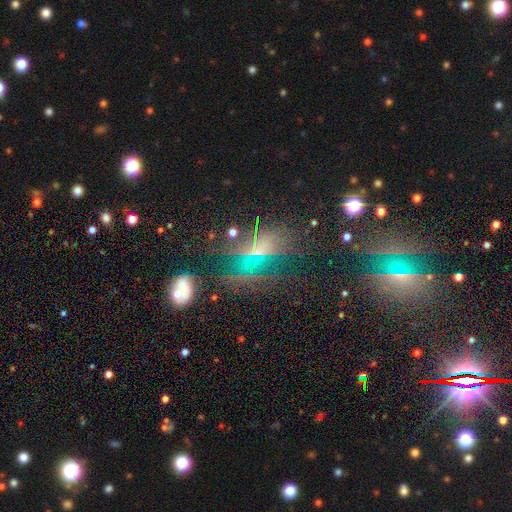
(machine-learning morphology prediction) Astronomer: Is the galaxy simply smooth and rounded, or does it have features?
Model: star or artifact — 43% (runner-up: featured or disk, 34%).